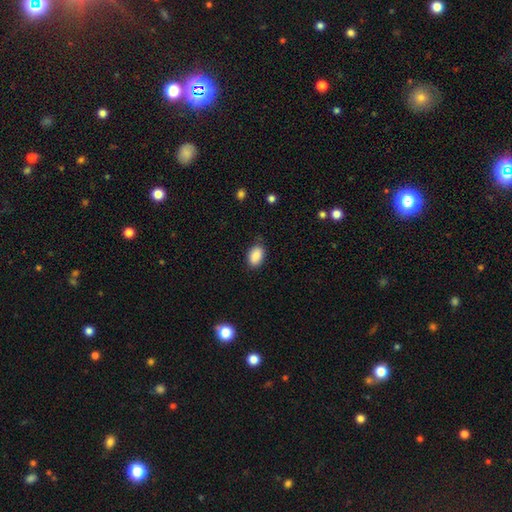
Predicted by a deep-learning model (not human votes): The model was most divided on "merging": none: 80%, minor disturbance: 15%, major disturbance: 3%, merger: 1%. More confident: how rounded — in between (87%); smooth or featured — smooth (87%).